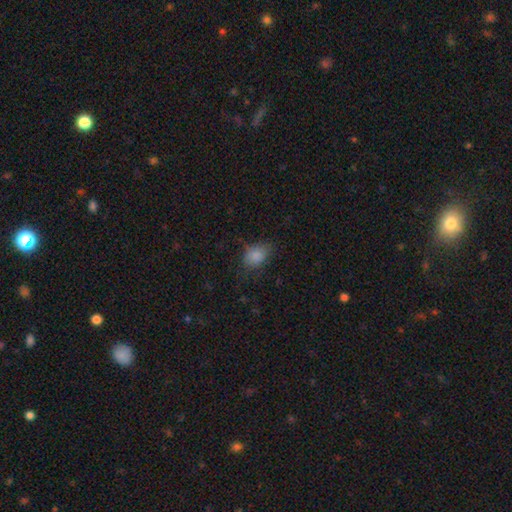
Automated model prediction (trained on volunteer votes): A smooth galaxy with no disk features (84%) that is in between round and cigar-shaped (72%). Merging: none (65%).